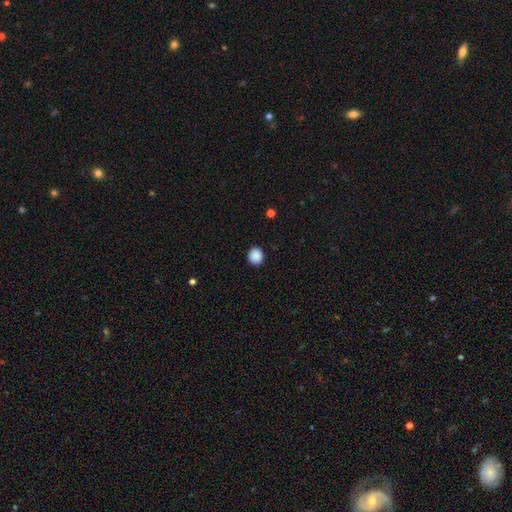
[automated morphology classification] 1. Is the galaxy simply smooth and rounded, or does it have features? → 89% smooth, 9% star or artifact, 2% featured or disk.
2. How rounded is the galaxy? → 87% round, 12% in between, 1% cigar-shaped.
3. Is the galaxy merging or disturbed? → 91% none, 6% minor disturbance, 2% major disturbance, 1% merger.